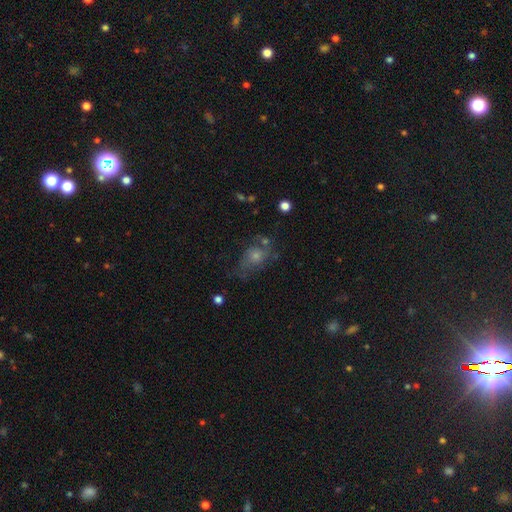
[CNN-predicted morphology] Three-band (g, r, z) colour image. It shows a featured or disk galaxy (39%). Merging: none (53%).